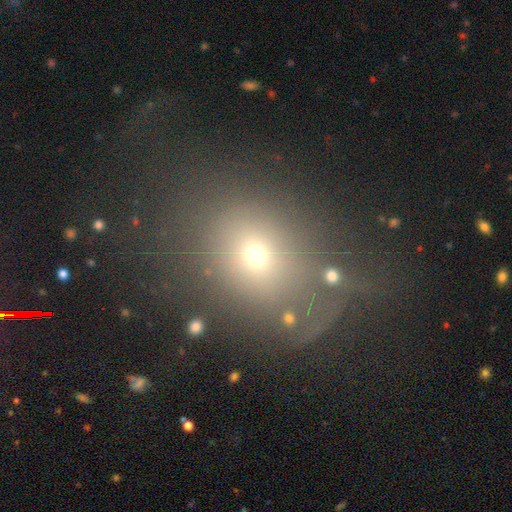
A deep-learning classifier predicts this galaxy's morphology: smooth 60%, star or artifact 24%, featured or disk 17%. Down the decision tree: how rounded — round (63%); merging — none (55%).